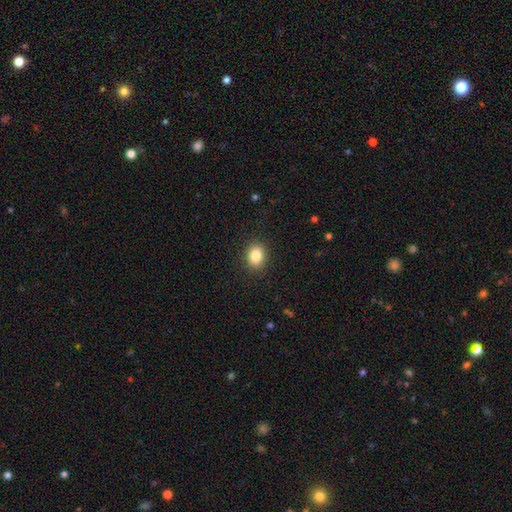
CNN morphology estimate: Smooth or featured? smooth (85%)
How rounded? in between (50%)
Merging? none (90%)